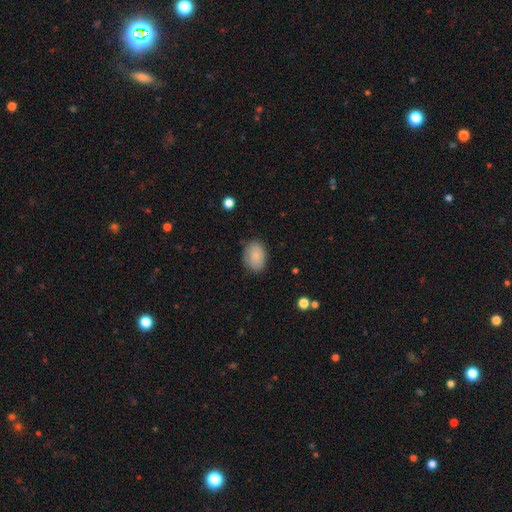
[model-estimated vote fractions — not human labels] smooth-or-featured: smooth: 85% | featured or disk: 8% | star or artifact: 7%
  how-rounded: in between: 75% | round: 24% | cigar-shaped: 1%
  merging: none: 79% | minor disturbance: 16% | major disturbance: 4% | merger: 1%